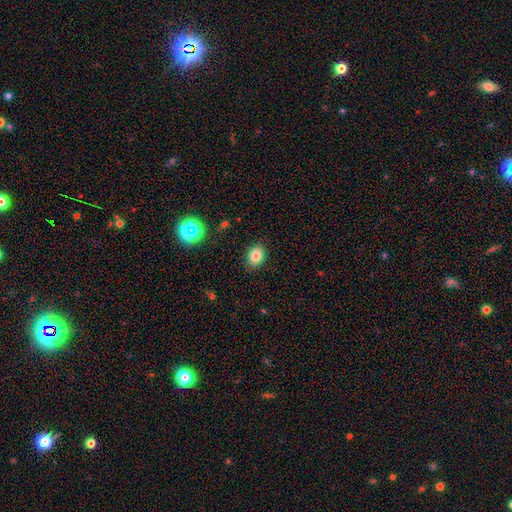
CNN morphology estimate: type=smooth (82%); roundness=in between (63%); merging=none (86%).